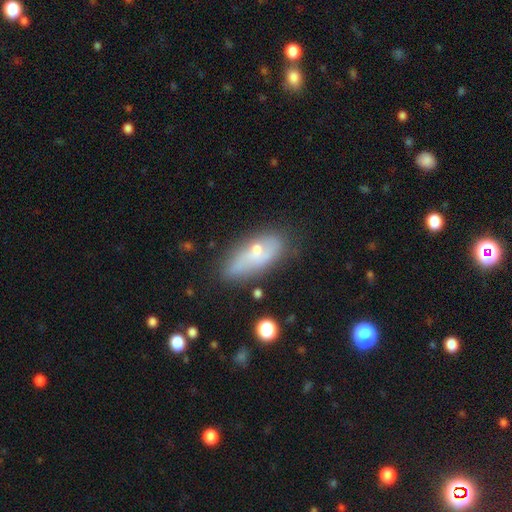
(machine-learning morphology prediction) Q: Smooth or featured?
A: smooth (48%); runner-up: featured or disk (43%)
Q: Merging?
A: none (67%); runner-up: minor disturbance (21%)